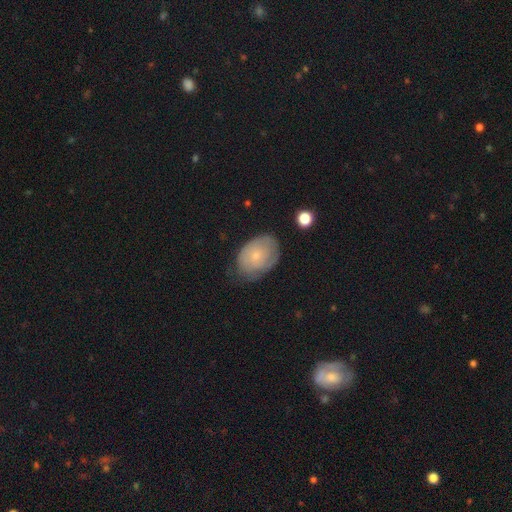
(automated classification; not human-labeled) A smooth galaxy with no disk features (57%) that is in between round and cigar-shaped (77%). Merging: none (57%).